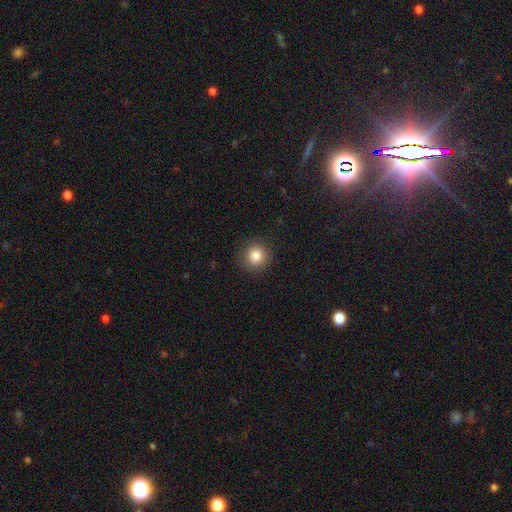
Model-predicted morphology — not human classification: A smooth galaxy with no disk features (84%) that is round (93%).

Vote fractions:
- Smooth or featured? smooth: 84% / star or artifact: 10% / featured or disk: 6%
- How rounded? round: 93% / in between: 7% / cigar-shaped: 1%
- Merging? none: 90% / minor disturbance: 7% / major disturbance: 3% / merger: 1%